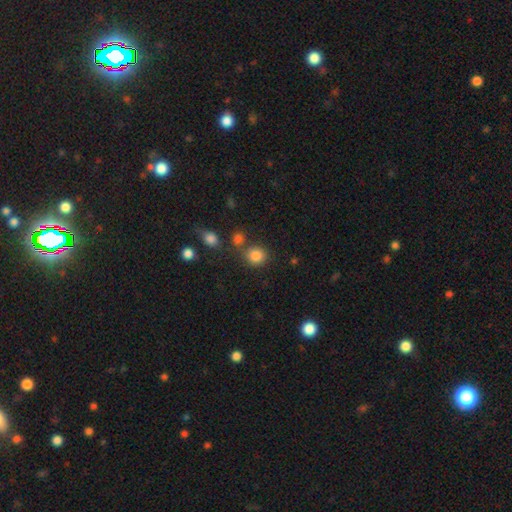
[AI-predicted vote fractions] A smooth galaxy with no disk features (84%) that is round (85%). Merging: none (71%).